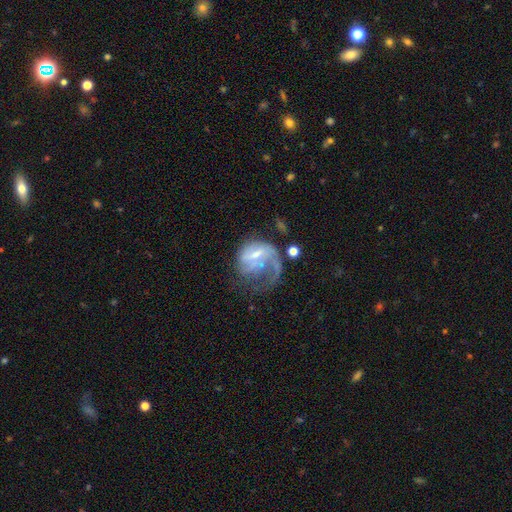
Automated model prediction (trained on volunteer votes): Q: Smooth or featured?
A: featured or disk (68%); runner-up: smooth (23%)
Q: Edge-on disk?
A: no (97%); runner-up: yes (3%)
Q: Bar?
A: weak (49%); runner-up: no (35%)
Q: Spiral arms?
A: yes (71%); runner-up: no (29%)
Q: Bulge size?
A: small (48%); runner-up: moderate (32%)
Q: Merging?
A: major disturbance (54%); runner-up: none (22%)